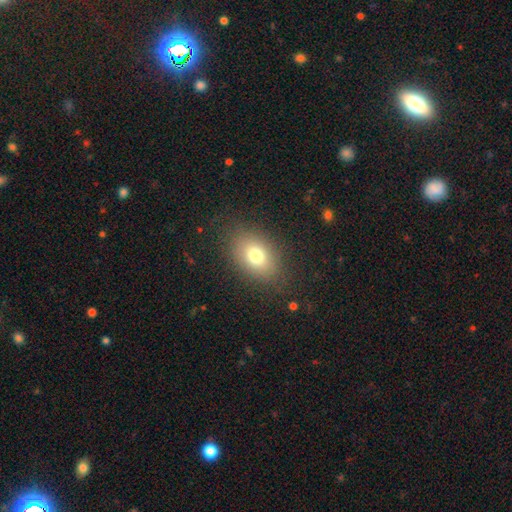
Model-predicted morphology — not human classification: Smooth or featured: smooth — 75% (featured or disk — 13%)
How rounded: in between — 77% (round — 21%)
Merging: none — 82% (minor disturbance — 12%)